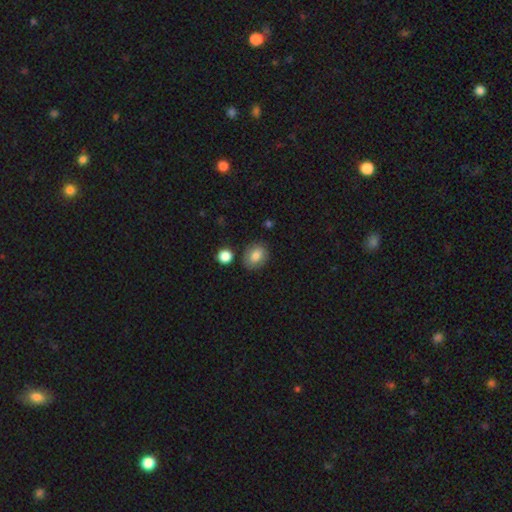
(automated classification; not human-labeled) The model was most divided on "how rounded": round: 58%, in between: 41%, cigar-shaped: 1%. More confident: merging — none (81%); smooth or featured — smooth (80%).